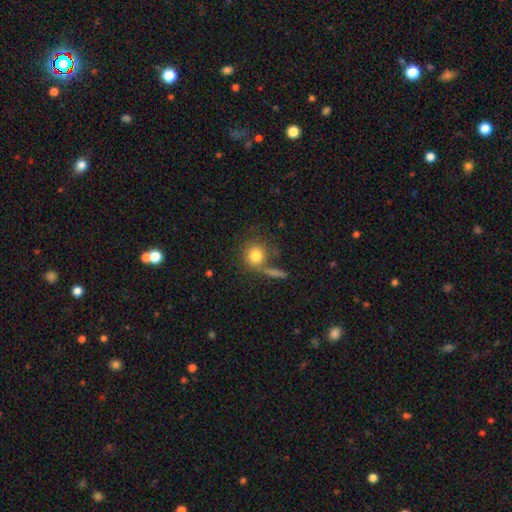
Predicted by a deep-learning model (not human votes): Smooth or featured? smooth (80%)
How rounded? round (89%)
Merging? none (60%)